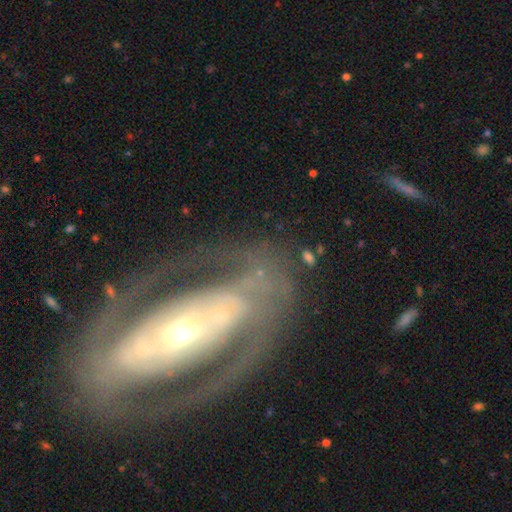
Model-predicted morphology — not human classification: type=featured or disk (82%); edge-on=no (94%); bar=strong (41%); spiral arms=yes (78%); winding=tight (44%); arm count=2 (63%); bulge=moderate (51%); merging=none (64%).